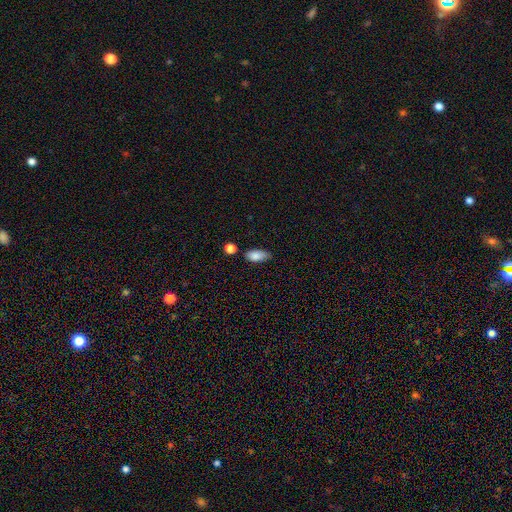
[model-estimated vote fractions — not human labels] This appears to be a smooth galaxy with no disk features (85%) that is in between round and cigar-shaped (87%). Merging: none (67%).